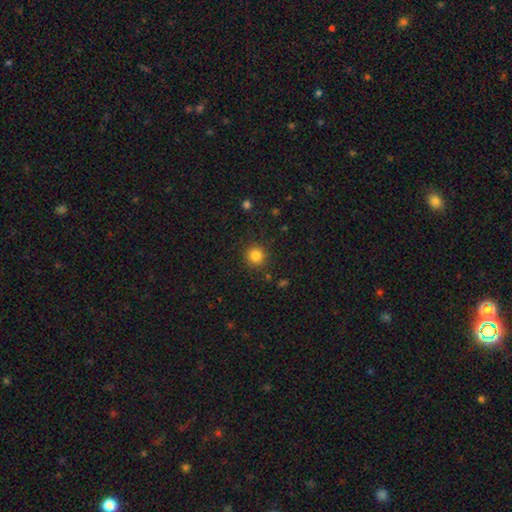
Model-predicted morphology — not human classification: Smooth or featured: smooth — 83% (star or artifact — 12%)
How rounded: round — 93% (in between — 6%)
Merging: none — 88% (minor disturbance — 7%)